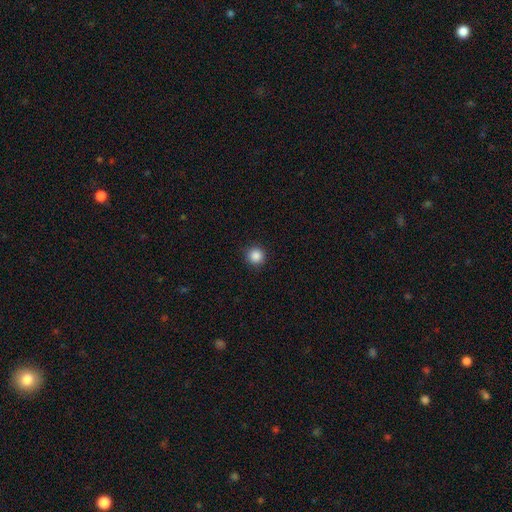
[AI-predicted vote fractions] smooth_or_featured: smooth (p=0.87) [alt: star or artifact p=0.10]
how_rounded: round (p=0.95) [alt: in between p=0.04]
merging: none (p=0.91) [alt: minor disturbance p=0.06]